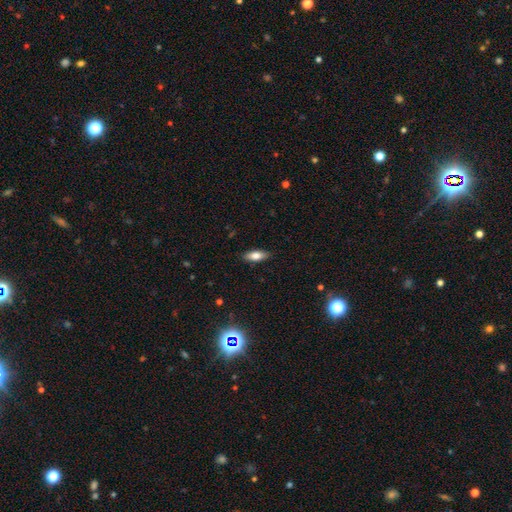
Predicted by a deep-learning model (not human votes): A smooth galaxy with no disk features (77%) that is in between round and cigar-shaped (76%).

Vote fractions:
- Smooth or featured? smooth: 77% / featured or disk: 16% / star or artifact: 7%
- How rounded? in between: 76% / cigar-shaped: 22% / round: 3%
- Merging? none: 87% / minor disturbance: 10% / major disturbance: 2% / merger: 1%